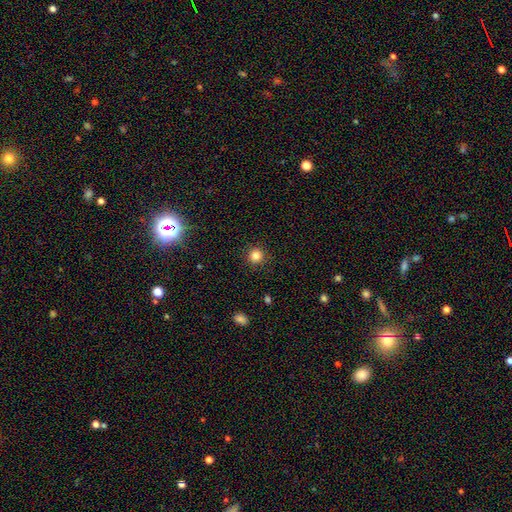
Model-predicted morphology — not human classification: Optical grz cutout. It shows a smooth galaxy with no disk features (83%) that is round (94%). Merging: none (91%).